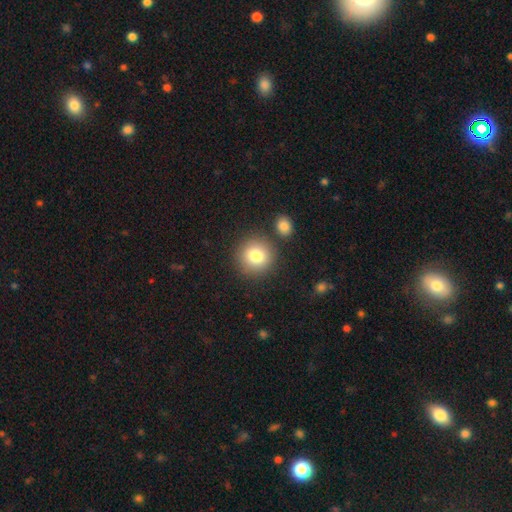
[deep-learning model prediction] Q: Smooth or featured?
A: smooth (81%); runner-up: star or artifact (10%)
Q: How rounded?
A: round (92%); runner-up: in between (7%)
Q: Merging?
A: none (81%); runner-up: merger (8%)